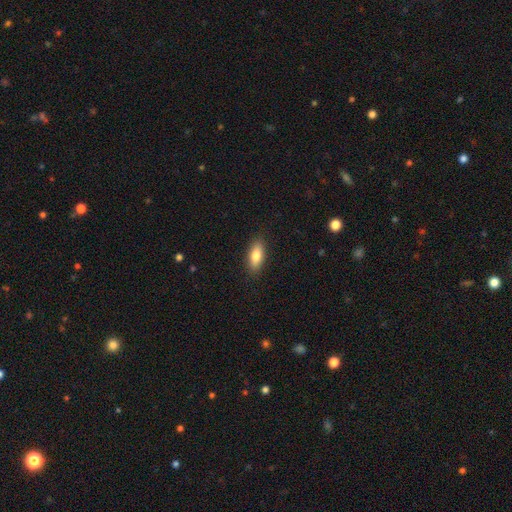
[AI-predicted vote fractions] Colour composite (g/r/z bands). It shows a smooth galaxy with no disk features (80%) that is in between round and cigar-shaped (77%). Merging: none (88%).